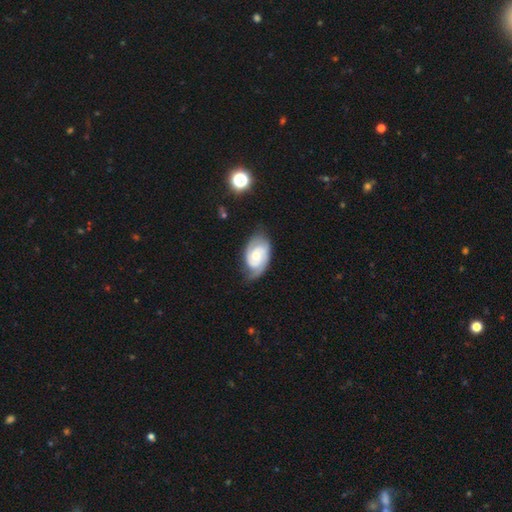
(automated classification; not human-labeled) A featured or disk galaxy (79%) with no bar (64%), 2 (75%) tight (54%) spiral arms (93%) and a moderate central bulge (61%). Merging: none (68%).